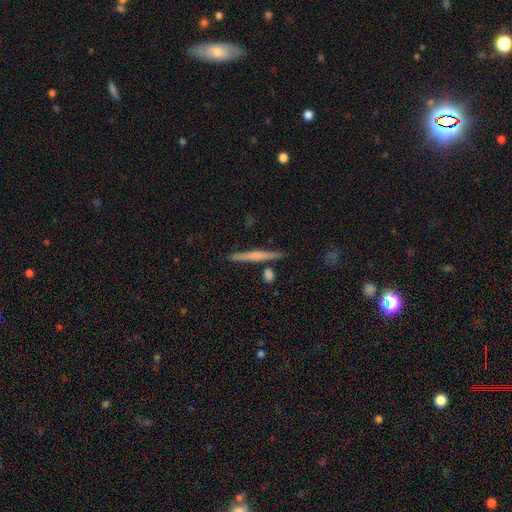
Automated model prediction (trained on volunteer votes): Smooth or featured?
  - featured or disk: 52% *
  - smooth: 41%
  - star or artifact: 6%
Edge-on disk?
  - yes: 97% *
  - no: 3%
Edge-on bulge?
  - none: 47% *
  - rounded: 42%
  - boxy: 11%
Merging?
  - none: 86% *
  - minor disturbance: 8%
  - merger: 4%
  - major disturbance: 2%